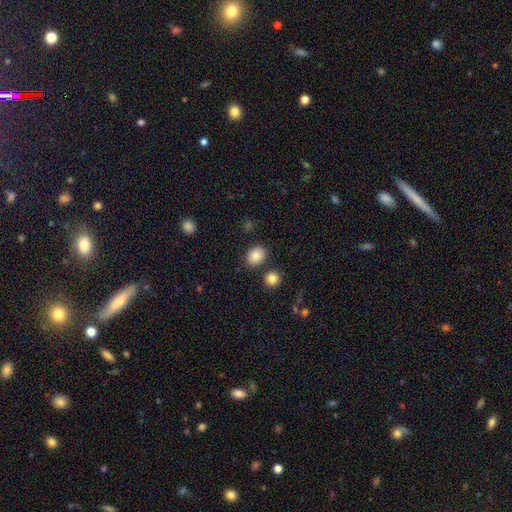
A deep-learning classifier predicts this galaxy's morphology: smooth_or_featured: smooth (p=0.84) [alt: star or artifact p=0.09]
how_rounded: round (p=0.66) [alt: in between p=0.33]
merging: none (p=0.84) [alt: minor disturbance p=0.08]